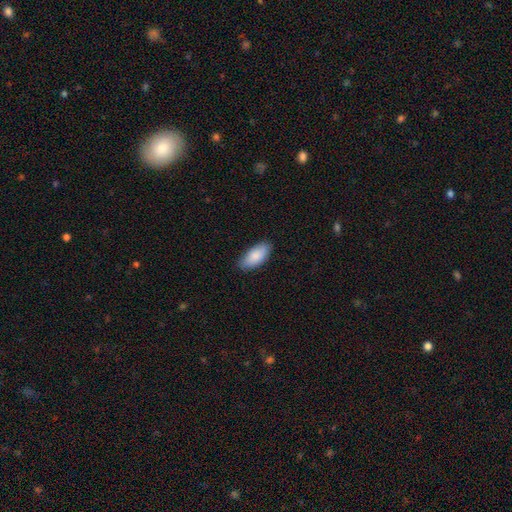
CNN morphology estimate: smooth_or_featured: smooth (p=0.88) [alt: featured or disk p=0.07]
how_rounded: in between (p=0.91) [alt: cigar-shaped p=0.07]
merging: none (p=0.84) [alt: minor disturbance p=0.13]